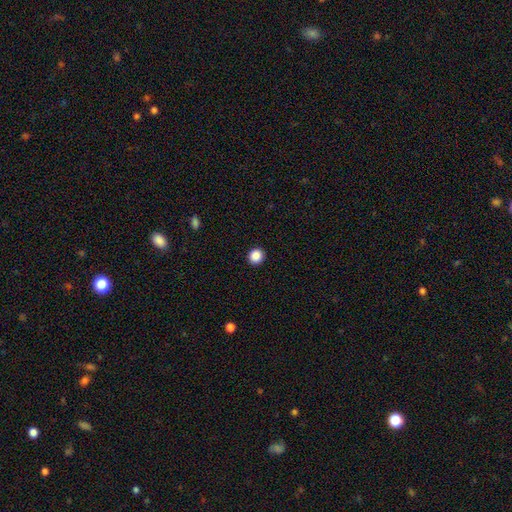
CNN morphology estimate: Smooth or featured? Predicted: smooth (p=0.88). How rounded? Predicted: round (p=0.91). Merging? Predicted: none (p=0.93).